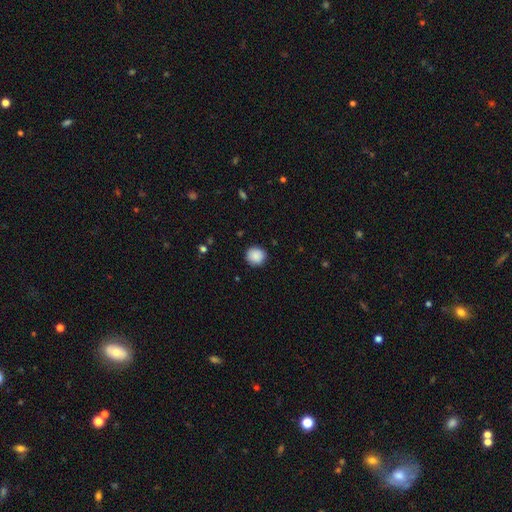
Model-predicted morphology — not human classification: smooth 89%, star or artifact 8%, featured or disk 4%. Down the decision tree: how rounded — round (90%); merging — none (88%).